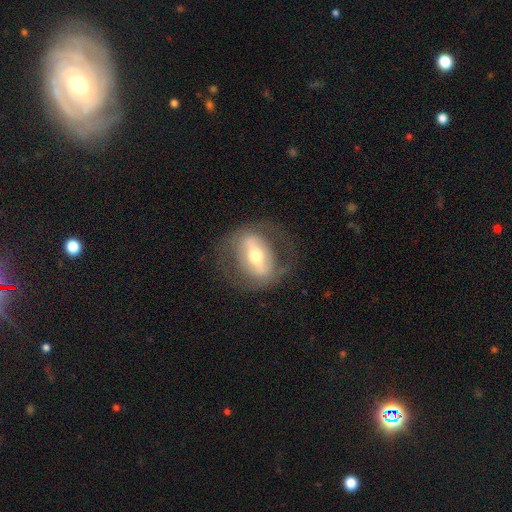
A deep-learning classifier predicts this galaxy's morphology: This appears to be a featured or disk galaxy (67%) with a strong bar (61%), no spiral arms (68%) and a moderate central bulge (65%). Merging: none (72%).